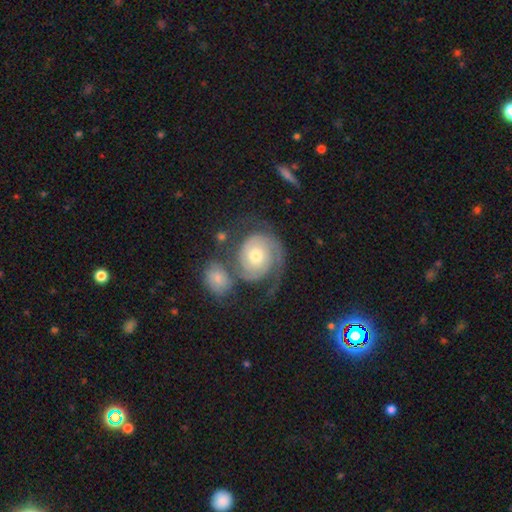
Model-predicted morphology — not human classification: smooth_or_featured: featured or disk (p=0.84) [alt: smooth p=0.11]
disk_edge_on: no (p=0.98) [alt: yes p=0.02]
bar: no (p=0.77) [alt: weak p=0.19]
has_spiral_arms: yes (p=0.96) [alt: no p=0.04]
spiral_winding: tight (p=0.62) [alt: medium p=0.28]
spiral_arm_count: 2 (p=0.64) [alt: 1 p=0.14]
bulge_size: moderate (p=0.66) [alt: small p=0.24]
merging: none (p=0.43) [alt: merger p=0.26]